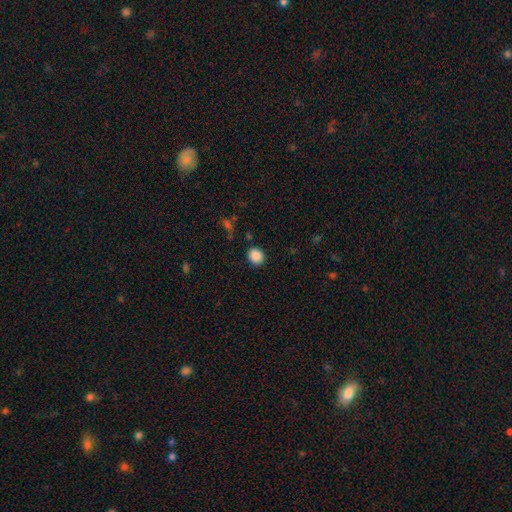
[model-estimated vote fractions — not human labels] This is clearly a smooth galaxy (88%). How rounded: likely round (72%). Merging: clearly none (87%).